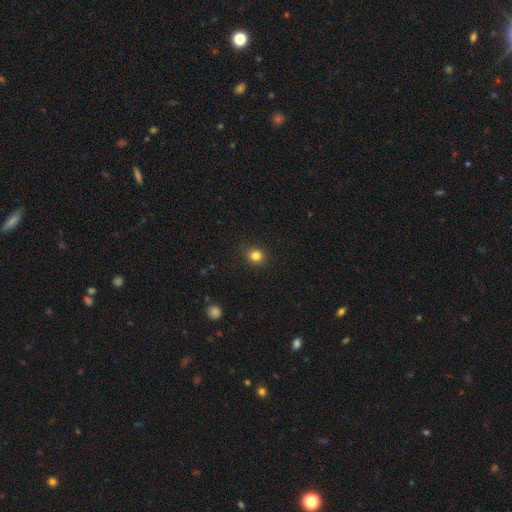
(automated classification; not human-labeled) Smooth or featured: smooth — 83% (star or artifact — 13%)
How rounded: round — 86% (in between — 13%)
Merging: none — 88% (minor disturbance — 8%)